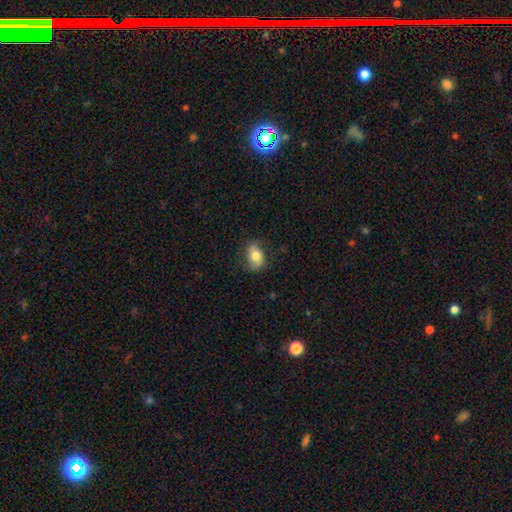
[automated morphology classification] The model was most divided on "smooth or featured": smooth: 60%, featured or disk: 32%, star or artifact: 8%. More confident: how rounded — in between (75%); merging — none (71%).